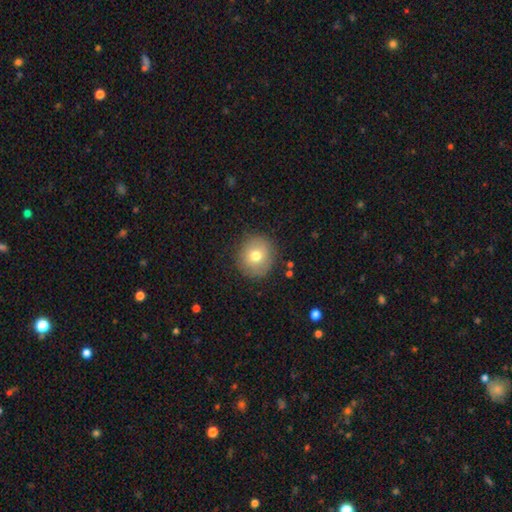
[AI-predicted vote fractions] A smooth galaxy with no disk features (73%) that is round (90%).

Vote fractions:
- Smooth or featured? smooth: 73% / featured or disk: 17% / star or artifact: 11%
- How rounded? round: 90% / in between: 9% / cigar-shaped: 1%
- Merging? none: 86% / minor disturbance: 10% / major disturbance: 3% / merger: 1%